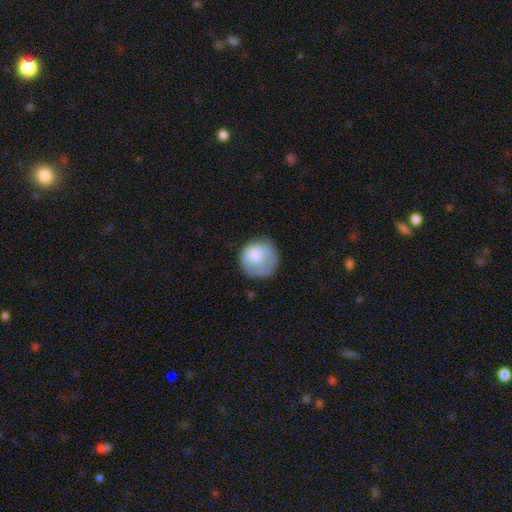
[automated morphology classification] Smooth or featured: smooth — 73% (featured or disk — 20%)
How rounded: round — 85% (in between — 14%)
Merging: none — 54% (minor disturbance — 25%)